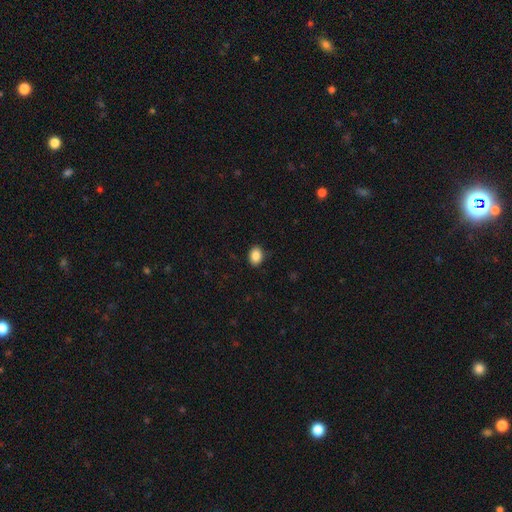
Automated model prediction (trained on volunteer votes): The model was most divided on "how rounded": in between: 65%, round: 34%, cigar-shaped: 1%. More confident: smooth or featured — smooth (88%); merging — none (87%).